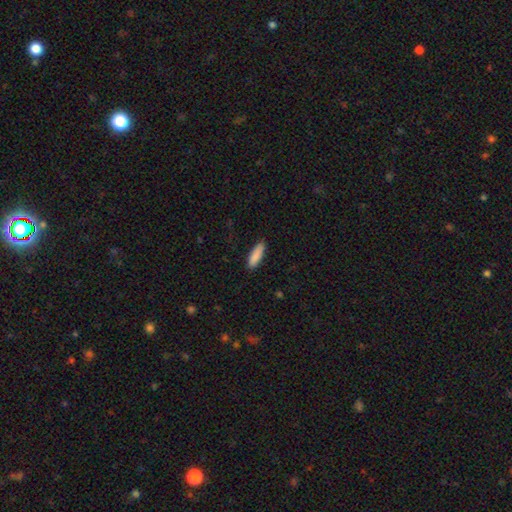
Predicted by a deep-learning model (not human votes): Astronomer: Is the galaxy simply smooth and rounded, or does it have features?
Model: smooth — 88%.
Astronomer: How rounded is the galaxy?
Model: cigar-shaped — 56% (runner-up: in between, 42%).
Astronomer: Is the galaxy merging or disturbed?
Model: none — 86%.